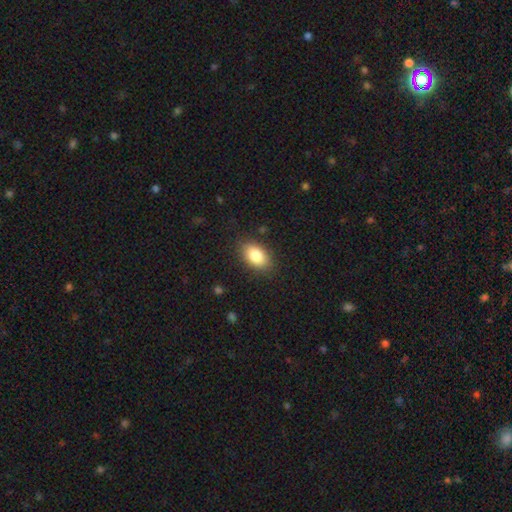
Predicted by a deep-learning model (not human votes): Smooth or featured?
  - smooth: 85% *
  - featured or disk: 8%
  - star or artifact: 7%
How rounded?
  - in between: 91% *
  - round: 8%
  - cigar-shaped: 2%
Merging?
  - none: 86% *
  - minor disturbance: 10%
  - major disturbance: 3%
  - merger: 1%